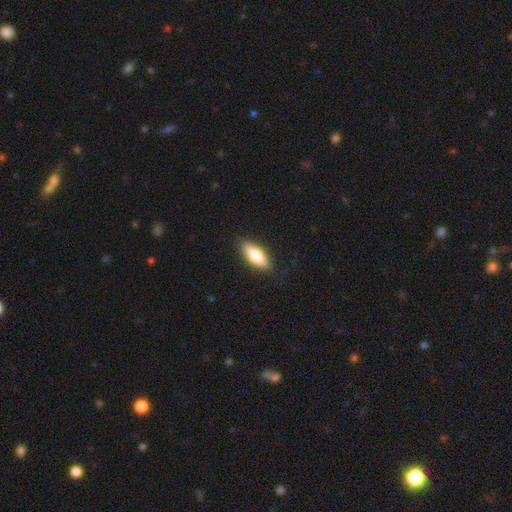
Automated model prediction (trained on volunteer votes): The model was most divided on "how rounded": in between: 63%, cigar-shaped: 35%, round: 3%. More confident: merging — none (87%); smooth or featured — smooth (64%).